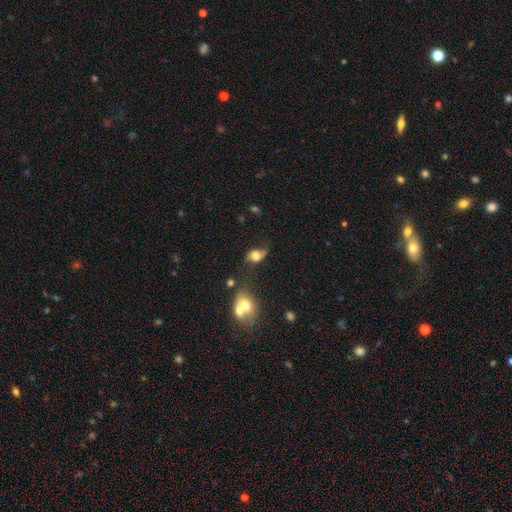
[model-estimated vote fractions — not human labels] Overall: featured or disk (53%; smooth 37%). Edge-on disk: no (93%). Merging: none (50%; minor disturbance 25%).